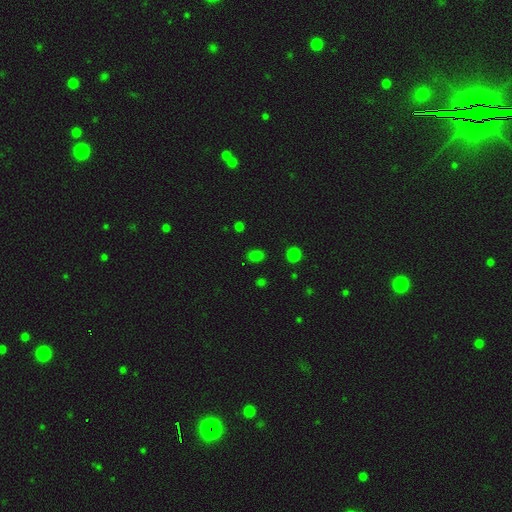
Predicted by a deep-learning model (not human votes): Smooth or featured?
  - smooth: 75% *
  - star or artifact: 21%
  - featured or disk: 4%
How rounded?
  - in between: 56% *
  - round: 43%
  - cigar-shaped: 1%
Merging?
  - none: 85% *
  - minor disturbance: 10%
  - major disturbance: 3%
  - merger: 2%